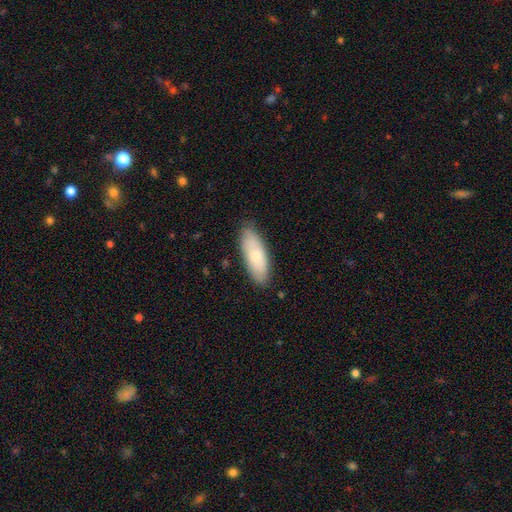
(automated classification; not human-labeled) Morphology: type=smooth (69%); roundness=in between (71%); merging=none (82%).